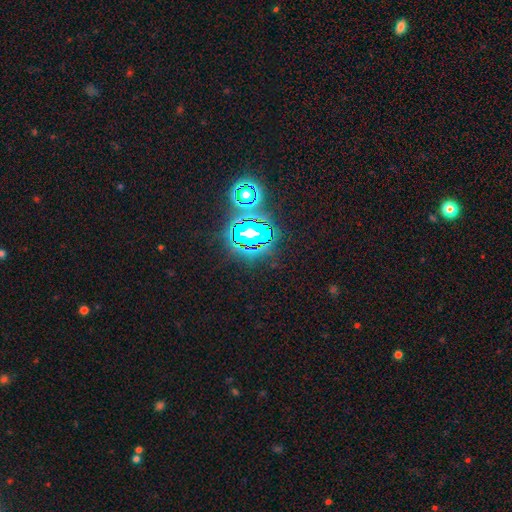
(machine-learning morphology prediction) A star or artifact, not a galaxy (81%).

Vote fractions:
- Smooth or featured? star or artifact: 81% / smooth: 11% / featured or disk: 7%